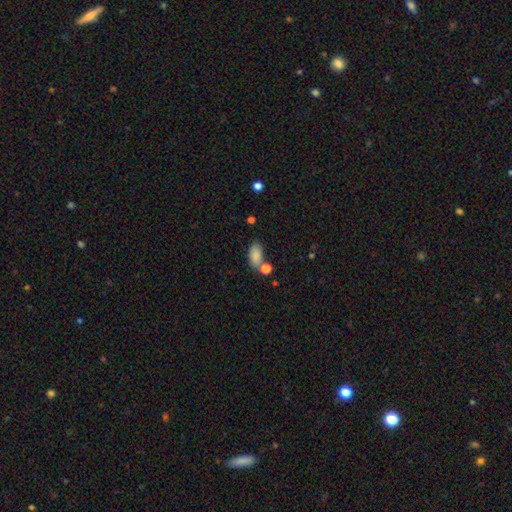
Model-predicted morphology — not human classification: Overall: smooth (85%). How rounded: in between (92%). Merging: none (57%; merger 20%).